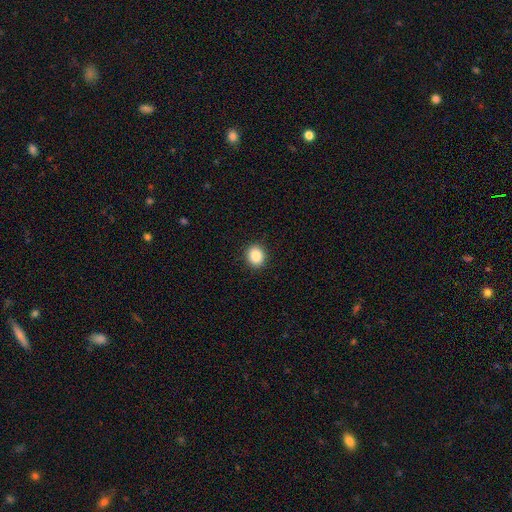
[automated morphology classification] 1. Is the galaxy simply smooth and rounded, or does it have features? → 87% smooth, 9% star or artifact, 4% featured or disk.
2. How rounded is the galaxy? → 73% round, 27% in between, 1% cigar-shaped.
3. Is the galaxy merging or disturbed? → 91% none, 6% minor disturbance, 2% major disturbance, 1% merger.